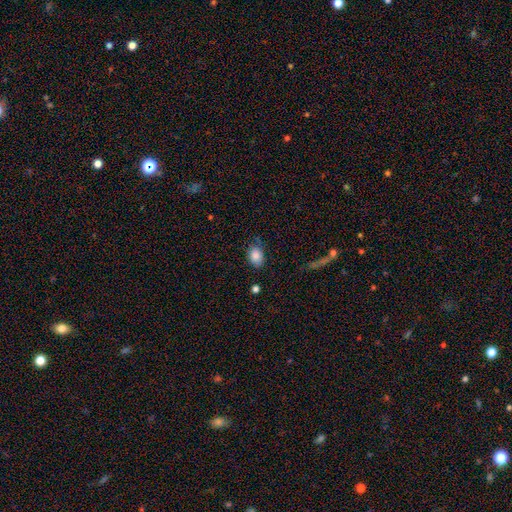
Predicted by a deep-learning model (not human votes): A smooth galaxy with no disk features (84%) that is in between round and cigar-shaped (75%). Merging: none (72%).